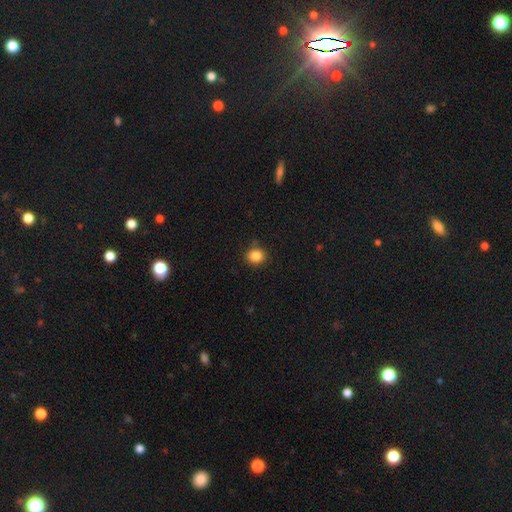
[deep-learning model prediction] Smooth or featured? Predicted: smooth (p=0.85). How rounded? Predicted: round (p=0.82). Merging? Predicted: none (p=0.87).